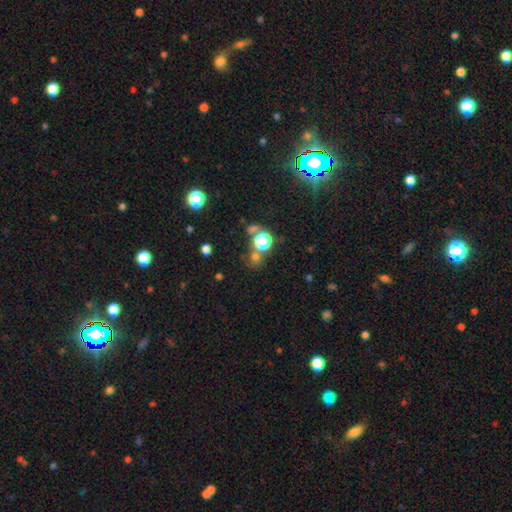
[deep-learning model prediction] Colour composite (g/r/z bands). It shows a star or artifact, not a galaxy (51%).